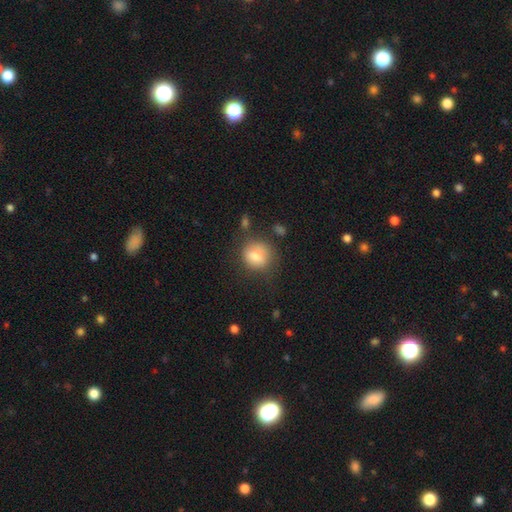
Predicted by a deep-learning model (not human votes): Smooth or featured? Predicted: smooth (p=0.78). How rounded? Predicted: round (p=0.81). Merging? Predicted: none (p=0.67).